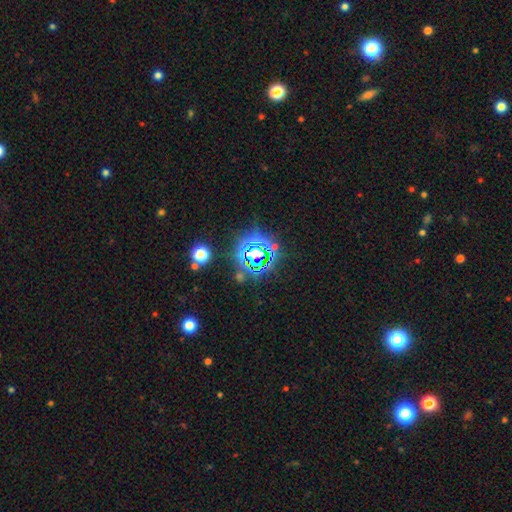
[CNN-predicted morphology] Smooth or featured? Predicted: star or artifact (p=0.72).